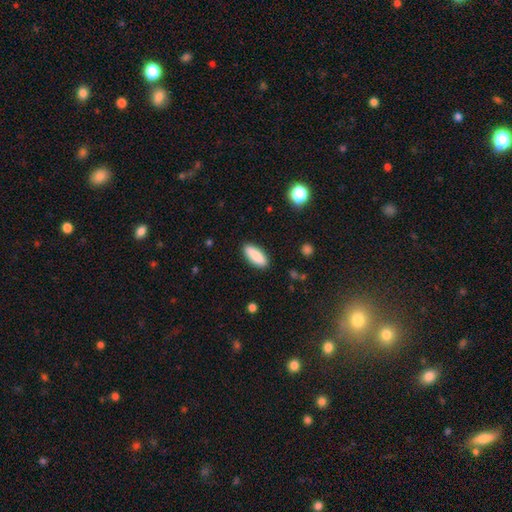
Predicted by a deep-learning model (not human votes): The model was most divided on "how rounded": in between: 67%, cigar-shaped: 31%, round: 2%. More confident: merging — none (88%); smooth or featured — smooth (86%).